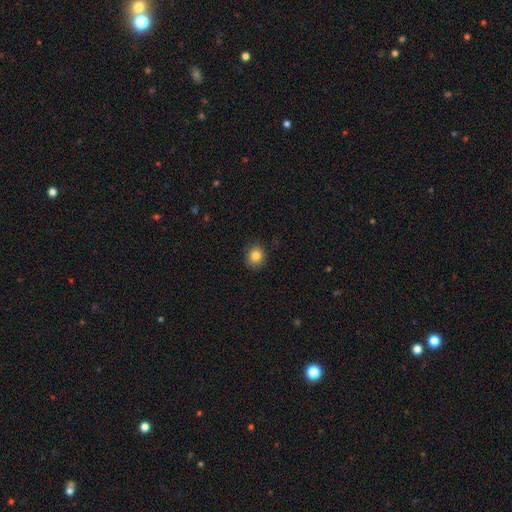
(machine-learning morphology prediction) Smooth or featured?
  - smooth: 83% *
  - star or artifact: 11%
  - featured or disk: 6%
How rounded?
  - round: 80% *
  - in between: 19%
  - cigar-shaped: 1%
Merging?
  - none: 89% *
  - minor disturbance: 8%
  - major disturbance: 2%
  - merger: 1%